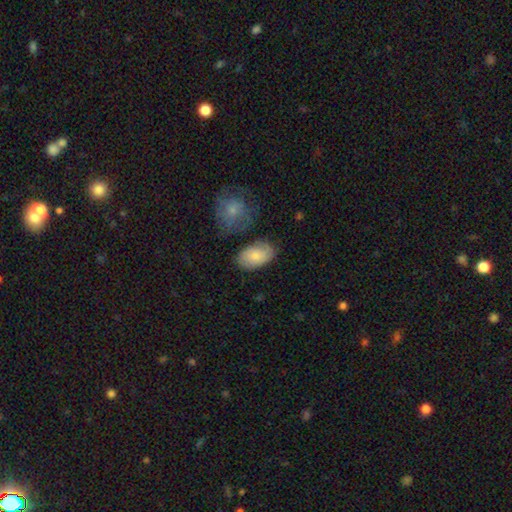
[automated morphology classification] The model was most divided on "merging": none: 72%, minor disturbance: 17%, merger: 6%, major disturbance: 5%. More confident: how rounded — in between (91%); smooth or featured — smooth (75%).